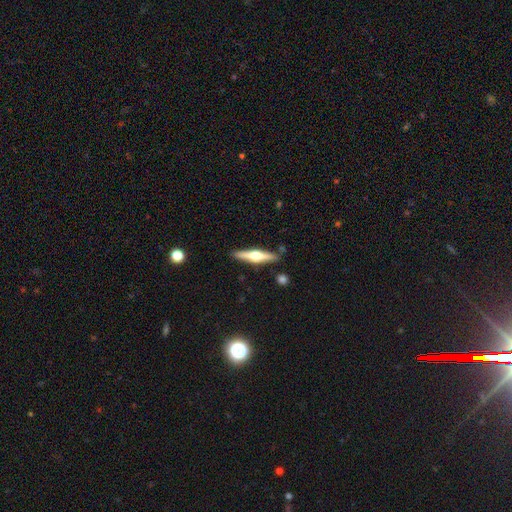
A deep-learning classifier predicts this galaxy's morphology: smooth-or-featured: featured or disk: 66% | smooth: 29% | star or artifact: 5%
  disk-edge-on: yes: 97% | no: 3%
    edge-on-bulge: rounded: 93% | boxy: 4% | none: 2%
  merging: none: 88% | minor disturbance: 8% | merger: 3% | major disturbance: 2%